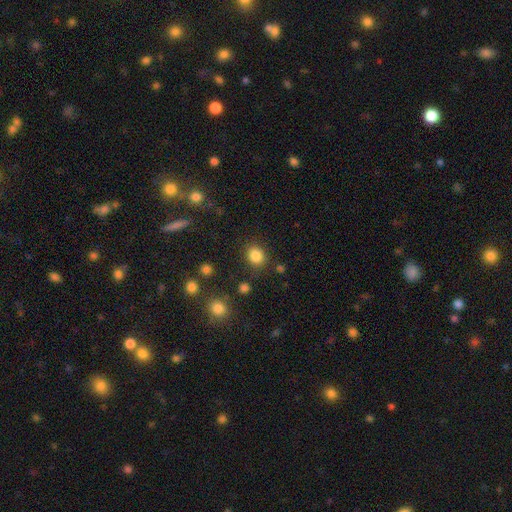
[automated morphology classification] Smooth or featured? smooth (84%)
How rounded? round (70%)
Merging? none (84%)